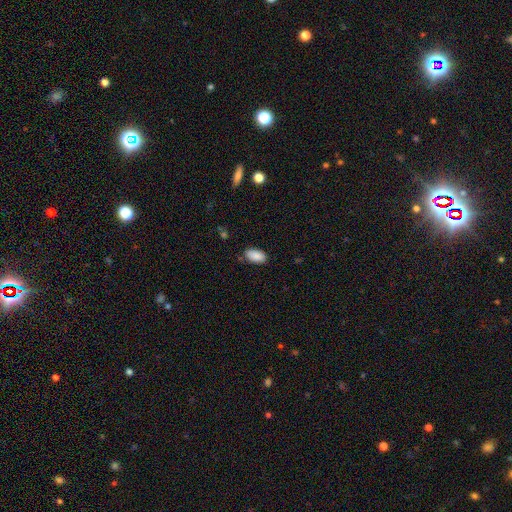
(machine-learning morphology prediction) type=smooth (89%); roundness=in between (94%); merging=none (81%).